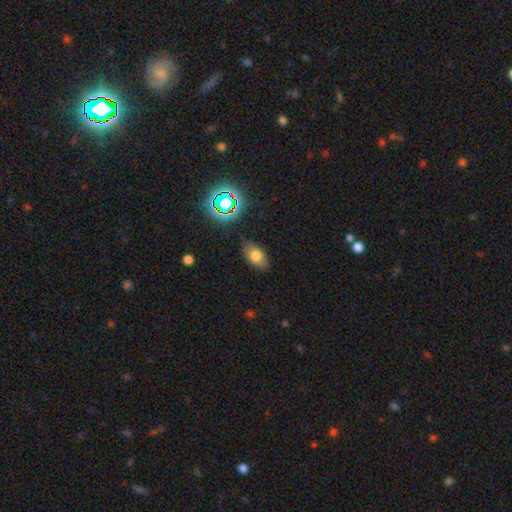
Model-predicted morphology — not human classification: Overall: smooth (71%). How rounded: in between (88%). Merging: none (81%).